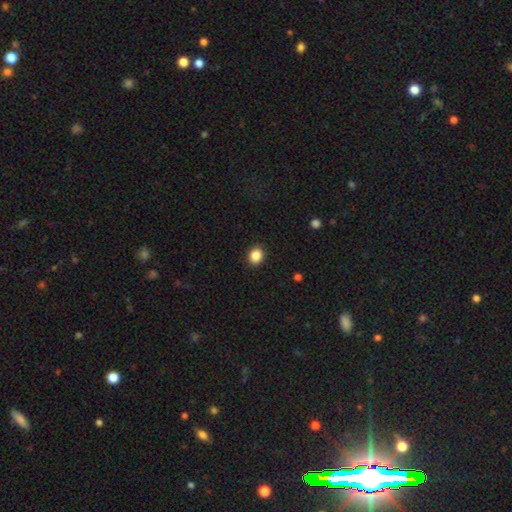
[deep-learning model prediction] This appears to be a smooth galaxy with no disk features (87%) that is round (67%). Merging: none (91%).